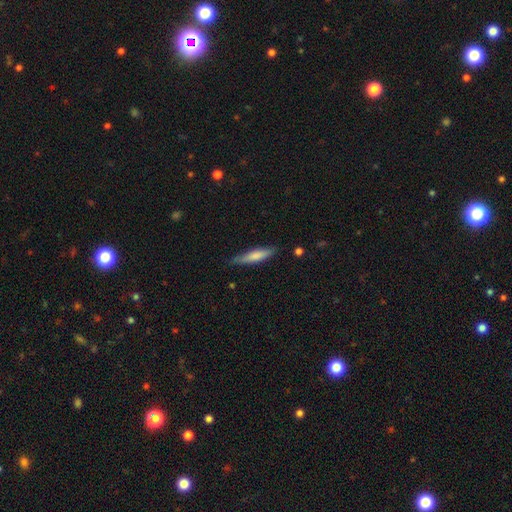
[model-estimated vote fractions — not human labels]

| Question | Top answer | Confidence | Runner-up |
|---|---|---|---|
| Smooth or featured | smooth | 69% | featured or disk (26%) |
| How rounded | cigar-shaped | 84% | in between (14%) |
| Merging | none | 79% | minor disturbance (17%) |